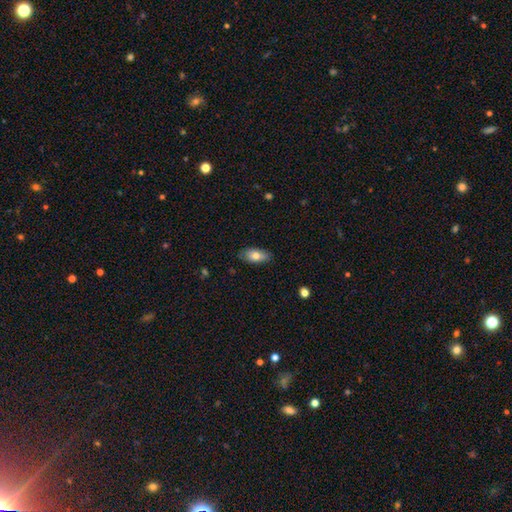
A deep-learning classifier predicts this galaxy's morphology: A smooth galaxy with no disk features (74%) that is in between round and cigar-shaped (89%).

Vote fractions:
- Smooth or featured? smooth: 74% / featured or disk: 19% / star or artifact: 7%
- How rounded? in between: 89% / cigar-shaped: 7% / round: 4%
- Merging? none: 82% / minor disturbance: 15% / major disturbance: 2% / merger: 1%